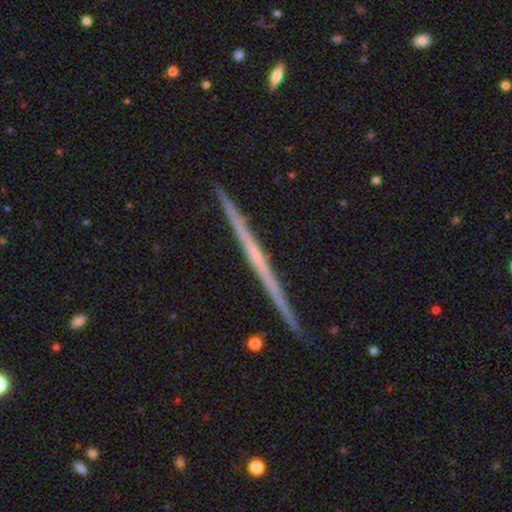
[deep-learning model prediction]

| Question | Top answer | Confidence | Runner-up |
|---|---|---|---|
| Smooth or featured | featured or disk | 72% | smooth (22%) |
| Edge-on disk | yes | 98% | no (2%) |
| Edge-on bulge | none | 83% | rounded (13%) |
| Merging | none | 92% | minor disturbance (6%) |